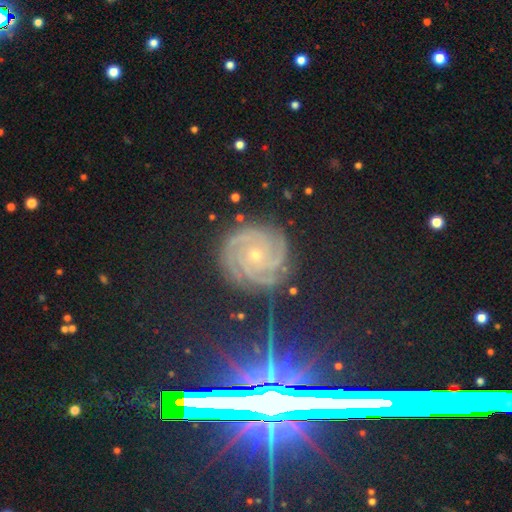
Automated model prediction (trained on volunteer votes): smooth-or-featured: featured or disk: 75% | star or artifact: 16% | smooth: 8%
  disk-edge-on: no: 98% | yes: 2%
    bar: no: 79% | weak: 15% | strong: 6%
    has-spiral-arms: yes: 98% | no: 2%
      spiral-winding: tight: 80% | medium: 17% | loose: 3%
      spiral-arm-count: 3: 33% | 4: 22% | can't tell: 15% | 2: 12% | more than 4: 9% | 1: 8%
    bulge-size: small: 73% | moderate: 24% | none: 1% | large: 1% | dominant: 1%
  merging: none: 82% | minor disturbance: 13% | major disturbance: 4% | merger: 1%